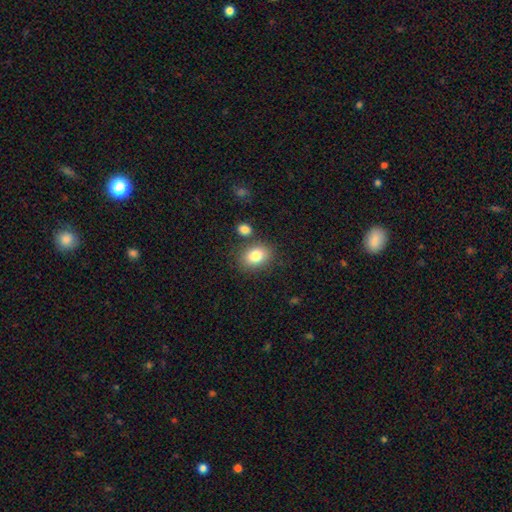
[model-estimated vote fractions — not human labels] smooth_or_featured: smooth (p=0.82) [alt: featured or disk p=0.09]
how_rounded: in between (p=0.67) [alt: round p=0.32]
merging: none (p=0.76) [alt: minor disturbance p=0.11]